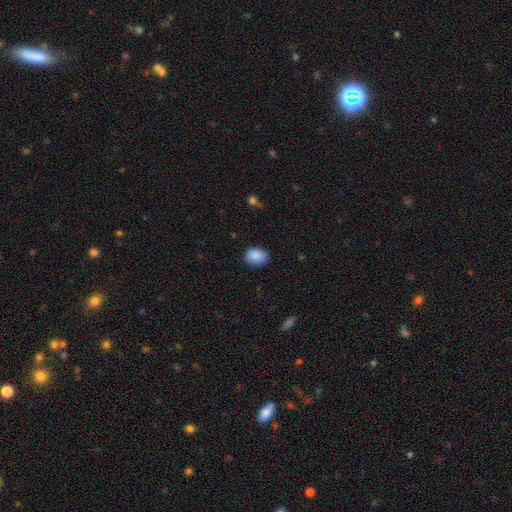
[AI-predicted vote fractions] The model was most divided on "how rounded": in between: 69%, round: 30%, cigar-shaped: 1%. More confident: smooth or featured — smooth (88%); merging — none (85%).